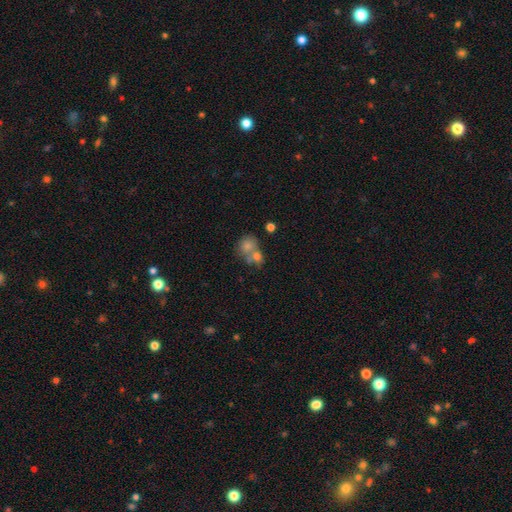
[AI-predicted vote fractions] Smooth or featured? smooth (66%)
How rounded? round (69%)
Merging? merger (53%)